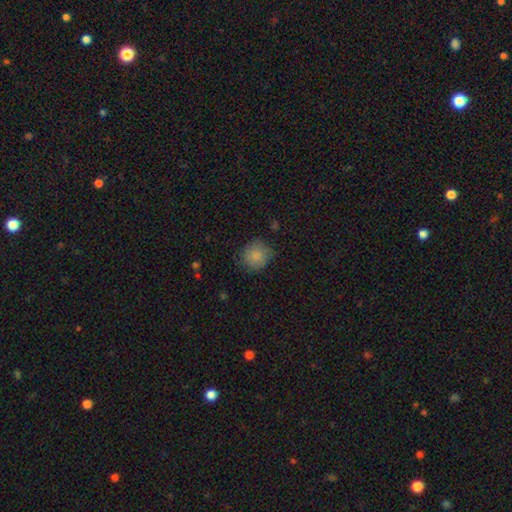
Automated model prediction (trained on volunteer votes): smooth 84%, star or artifact 9%, featured or disk 7%. Down the decision tree: how rounded — round (86%); merging — none (75%).